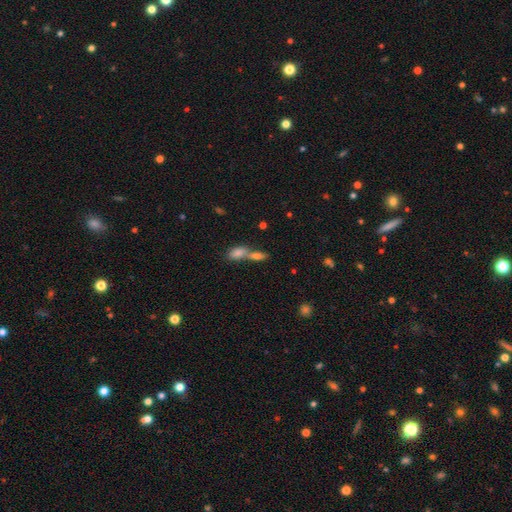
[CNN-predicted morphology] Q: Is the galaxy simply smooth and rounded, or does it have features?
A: smooth — 70%.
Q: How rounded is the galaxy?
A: in between — 69%.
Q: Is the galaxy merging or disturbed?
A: merger — 64%.